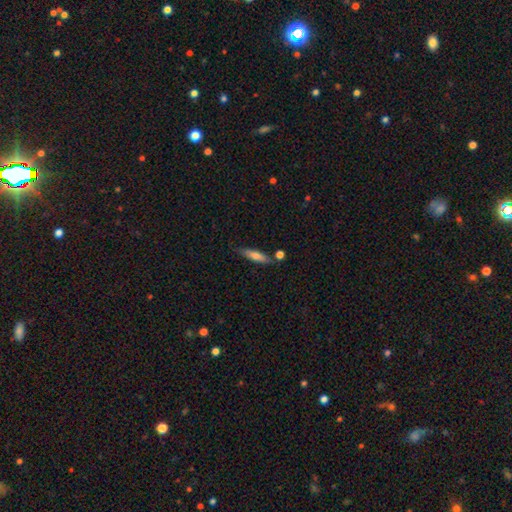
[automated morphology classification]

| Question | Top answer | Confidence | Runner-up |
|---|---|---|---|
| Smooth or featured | smooth | 67% | featured or disk (26%) |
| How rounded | cigar-shaped | 77% | in between (21%) |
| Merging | none | 75% | minor disturbance (14%) |